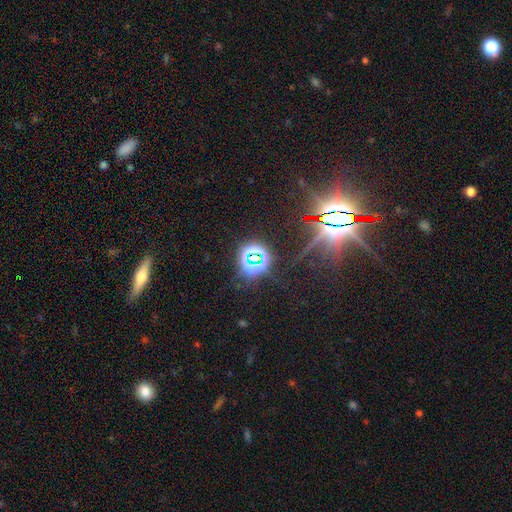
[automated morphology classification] This appears to be a star or artifact, not a galaxy (76%).